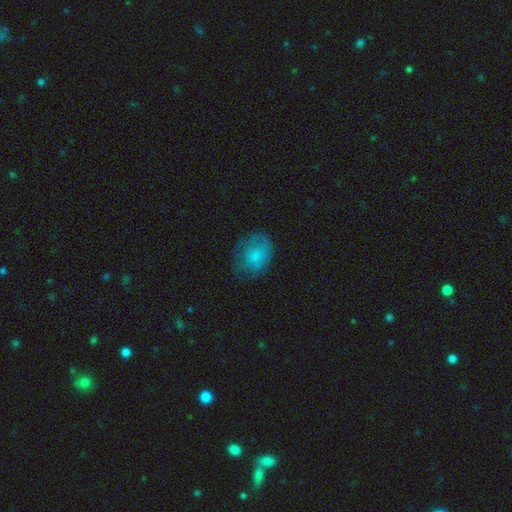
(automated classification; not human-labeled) Smooth or featured? Predicted: smooth (p=0.69). How rounded? Predicted: round (p=0.53). Merging? Predicted: none (p=0.59).